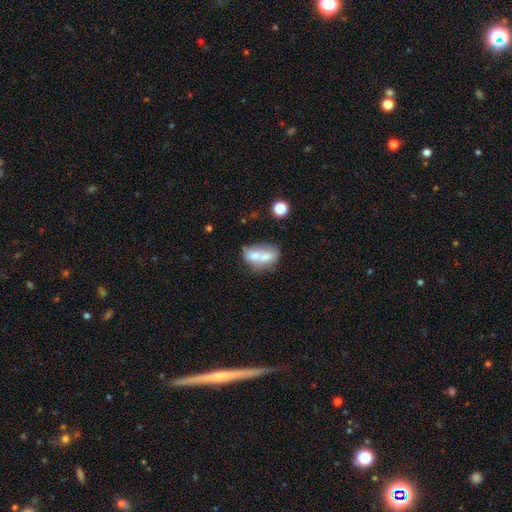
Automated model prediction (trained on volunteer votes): Morphology: type=smooth (61%); roundness=in between (72%); merging=merger (60%).